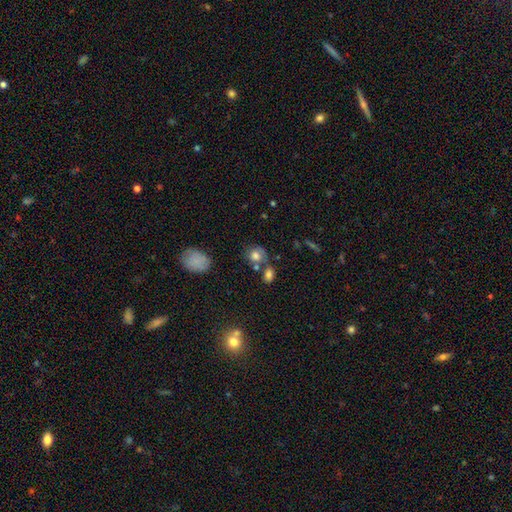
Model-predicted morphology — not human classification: Smooth or featured? Predicted: smooth (p=0.77). How rounded? Predicted: round (p=0.72). Merging? Predicted: none (p=0.52).